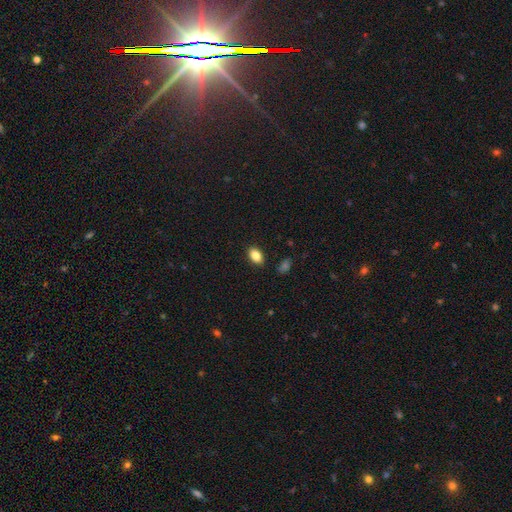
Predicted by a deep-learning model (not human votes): This is clearly a smooth galaxy (84%). How rounded: clearly in between (87%). Merging: clearly none (87%).